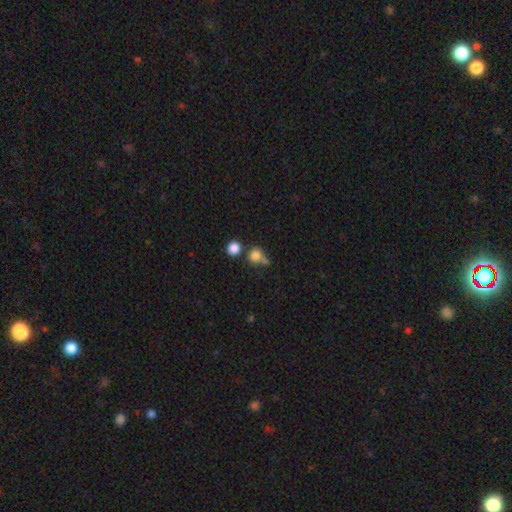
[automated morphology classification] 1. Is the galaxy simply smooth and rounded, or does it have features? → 80% smooth, 13% star or artifact, 7% featured or disk.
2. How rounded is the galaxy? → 88% round, 11% in between, 1% cigar-shaped.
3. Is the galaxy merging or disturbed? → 55% none, 28% merger, 11% minor disturbance, 5% major disturbance.